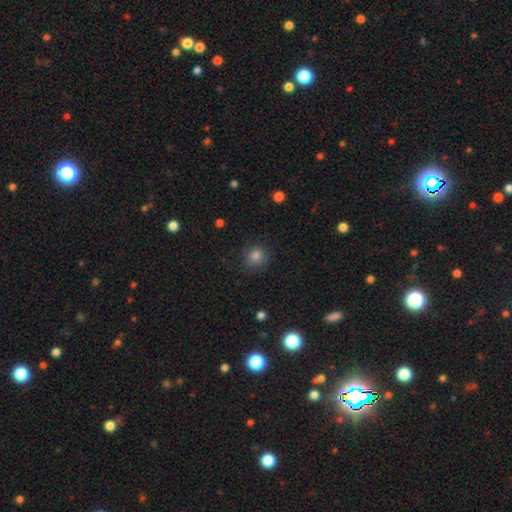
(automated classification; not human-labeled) A smooth galaxy with no disk features (81%) that is round (82%).

Vote fractions:
- Smooth or featured? smooth: 81% / star or artifact: 14% / featured or disk: 5%
- How rounded? round: 82% / in between: 17% / cigar-shaped: 1%
- Merging? none: 84% / minor disturbance: 11% / major disturbance: 3% / merger: 1%